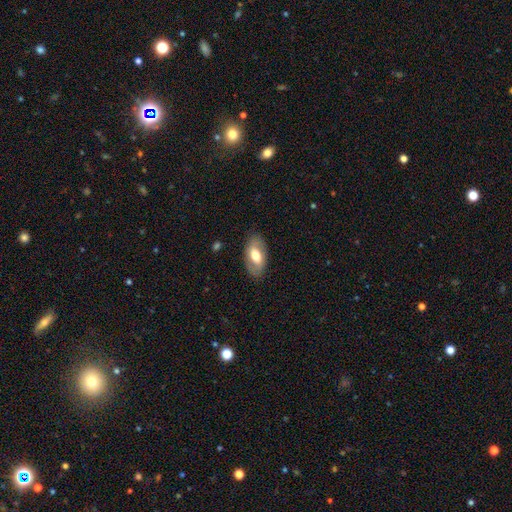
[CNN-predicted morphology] Smooth or featured: smooth — 57% (featured or disk — 37%)
How rounded: in between — 92% (round — 4%)
Merging: none — 83% (minor disturbance — 12%)